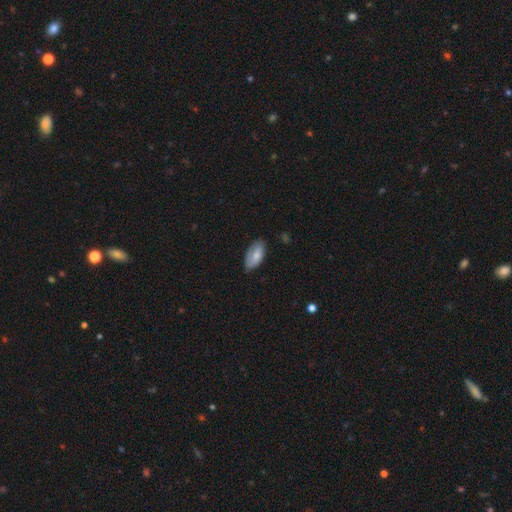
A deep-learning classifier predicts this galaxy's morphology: Smooth or featured?
  - smooth: 76% *
  - featured or disk: 18%
  - star or artifact: 6%
How rounded?
  - in between: 93% *
  - cigar-shaped: 4%
  - round: 3%
Merging?
  - none: 69% *
  - minor disturbance: 26%
  - major disturbance: 4%
  - merger: 1%